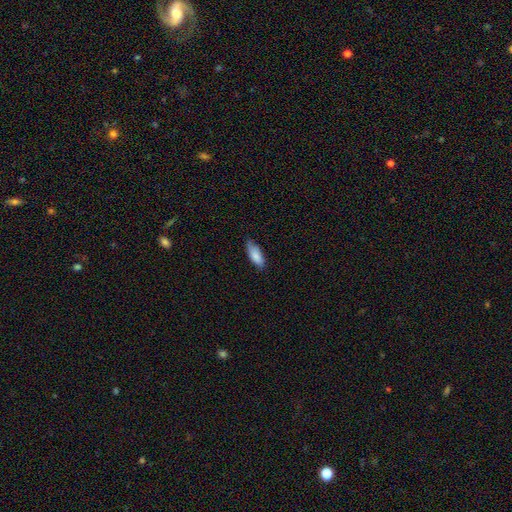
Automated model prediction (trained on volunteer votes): This appears to be a smooth galaxy with no disk features (85%) that is in between round and cigar-shaped (74%). Merging: none (71%).